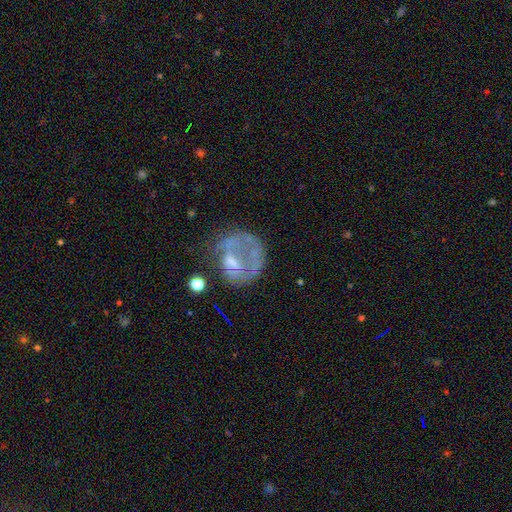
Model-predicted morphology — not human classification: This appears to be a featured or disk galaxy (60%) with no bar (65%), no spiral arms (65%) and no central bulge (36%). Merging: none (39%).